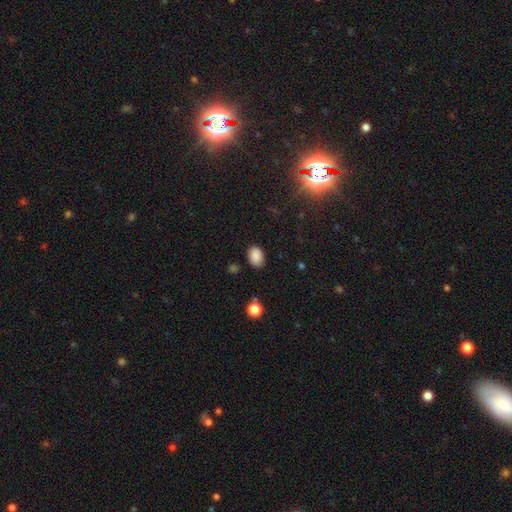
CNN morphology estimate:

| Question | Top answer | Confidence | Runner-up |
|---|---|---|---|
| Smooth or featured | smooth | 87% | star or artifact (10%) |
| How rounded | in between | 81% | round (18%) |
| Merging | none | 82% | minor disturbance (13%) |